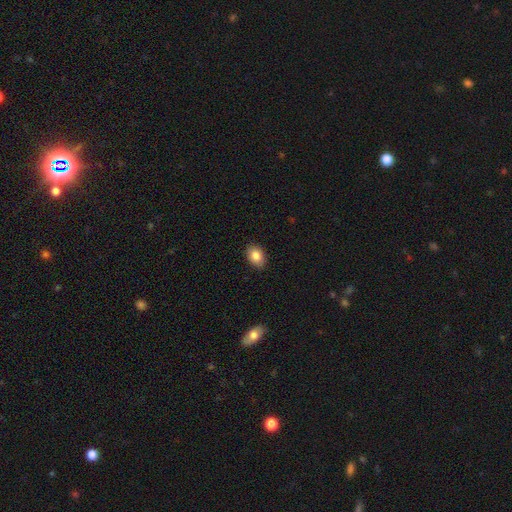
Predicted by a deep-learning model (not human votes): Q: Smooth or featured?
A: smooth (85%); runner-up: star or artifact (8%)
Q: How rounded?
A: in between (82%); runner-up: round (17%)
Q: Merging?
A: none (89%); runner-up: minor disturbance (9%)